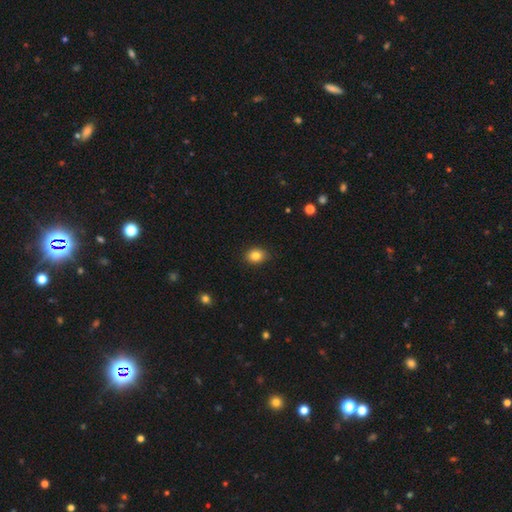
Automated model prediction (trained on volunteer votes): This appears to be a smooth galaxy with no disk features (83%) that is in between round and cigar-shaped (58%). Merging: none (85%).